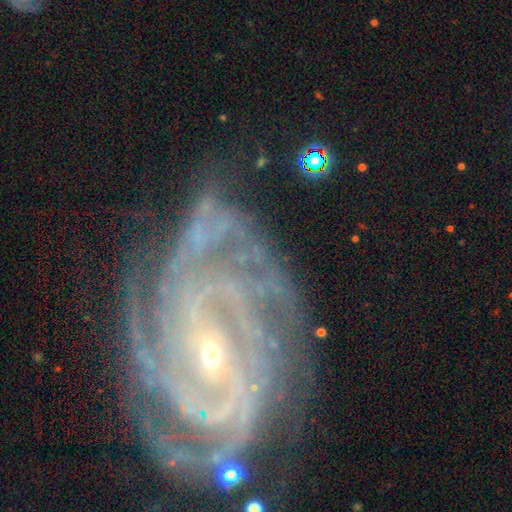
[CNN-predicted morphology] Overall: featured or disk (91%). Edge-on disk: no (97%). Bar: weak (38%; no 37%). Spiral arms: yes (98%). Spiral arm count: 4 (26%; can't tell 19%). Spiral winding: tight (75%). Bulge size: small (81%). Merging: none (69%).